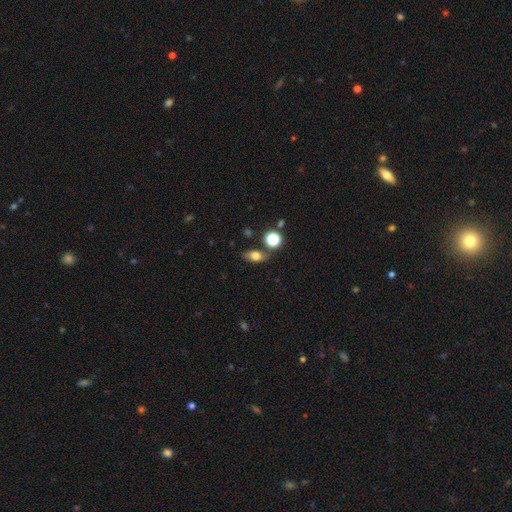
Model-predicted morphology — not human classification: Smooth or featured? smooth (72%)
How rounded? in between (79%)
Merging? none (74%)